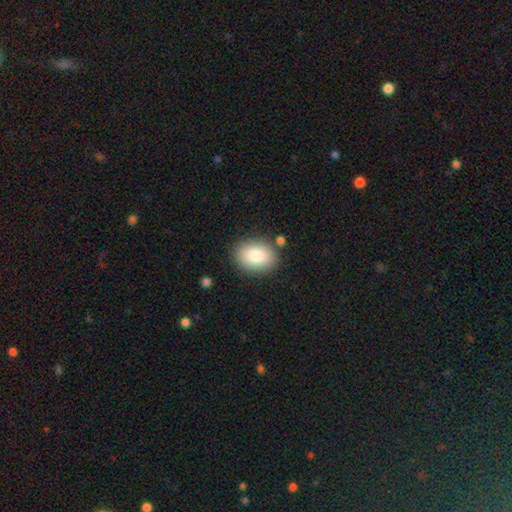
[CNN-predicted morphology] type=smooth (85%); roundness=in between (76%); merging=none (83%).